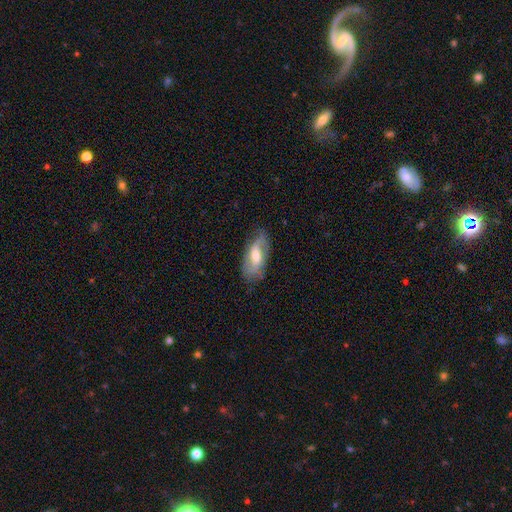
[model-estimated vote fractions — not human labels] smooth-or-featured: featured or disk: 59% | smooth: 34% | star or artifact: 6%
  disk-edge-on: no: 87% | yes: 13%
    bar: weak: 45% | no: 31% | strong: 23%
    has-spiral-arms: yes: 78% | no: 22%
    bulge-size: moderate: 66% | small: 21% | large: 9% | none: 2% | dominant: 1%
  merging: none: 75% | minor disturbance: 19% | major disturbance: 5% | merger: 1%